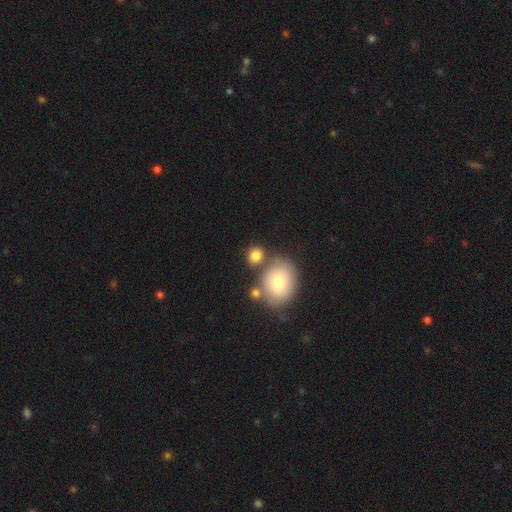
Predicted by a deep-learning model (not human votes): A smooth galaxy with no disk features (82%) that is round (74%). Merging: none (67%).